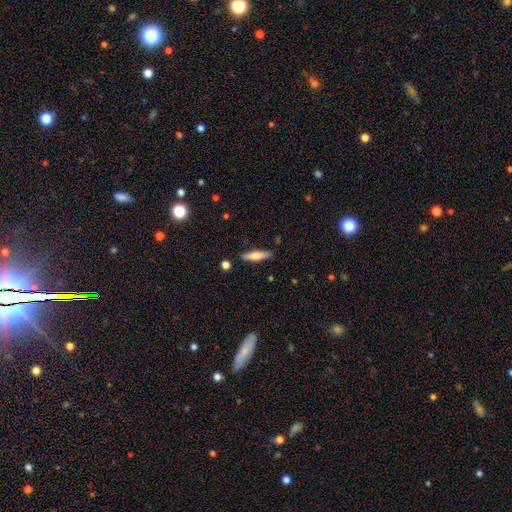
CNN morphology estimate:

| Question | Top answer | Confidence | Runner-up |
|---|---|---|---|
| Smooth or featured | smooth | 69% | featured or disk (24%) |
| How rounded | cigar-shaped | 78% | in between (20%) |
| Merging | none | 86% | minor disturbance (10%) |